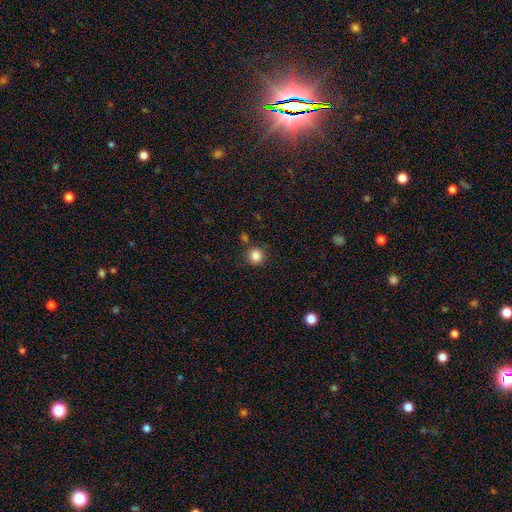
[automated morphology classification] Smooth or featured: smooth — 85% (star or artifact — 11%)
How rounded: round — 93% (in between — 6%)
Merging: none — 86% (minor disturbance — 7%)